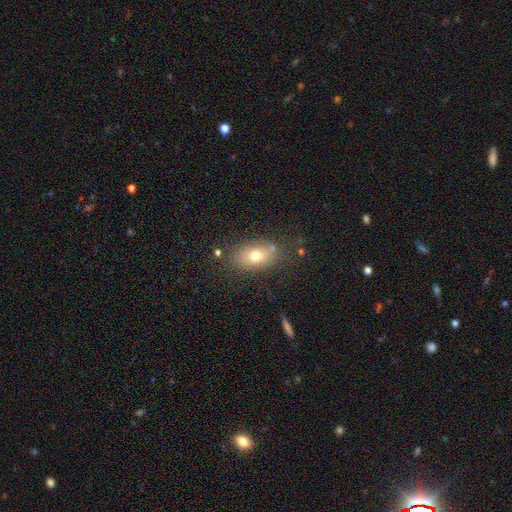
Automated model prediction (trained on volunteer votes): A smooth galaxy with no disk features (73%) that is in between round and cigar-shaped (83%). Merging: none (77%).